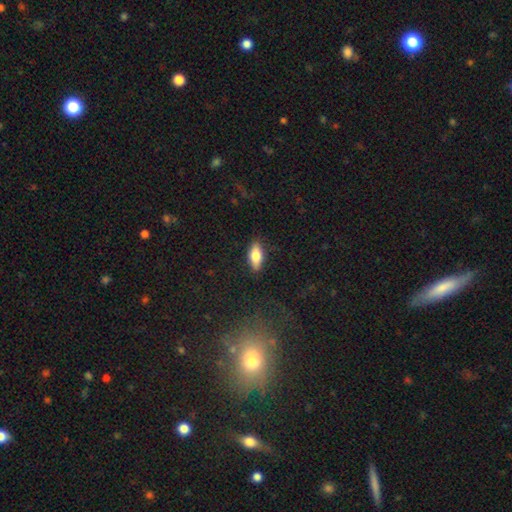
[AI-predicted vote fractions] A smooth galaxy with no disk features (73%) that is in between round and cigar-shaped (75%). Merging: none (86%).